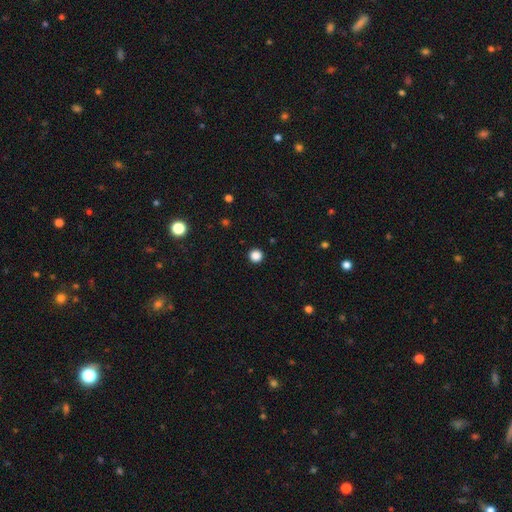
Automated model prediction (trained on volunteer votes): smooth_or_featured: smooth (p=0.86) [alt: star or artifact p=0.12]
how_rounded: round (p=0.96) [alt: in between p=0.03]
merging: none (p=0.94) [alt: minor disturbance p=0.04]